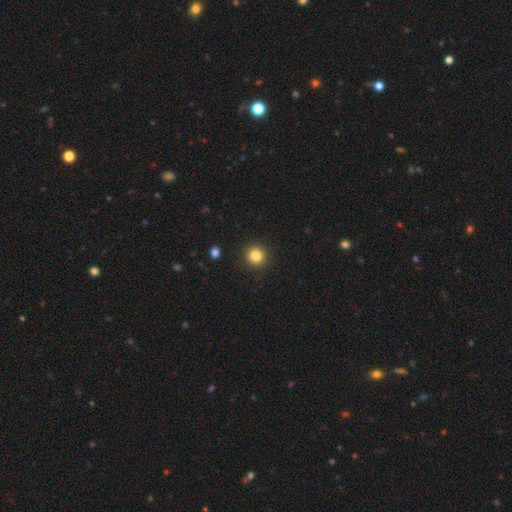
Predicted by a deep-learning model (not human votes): This appears to be a smooth galaxy with no disk features (84%) that is round (93%). Merging: none (92%).